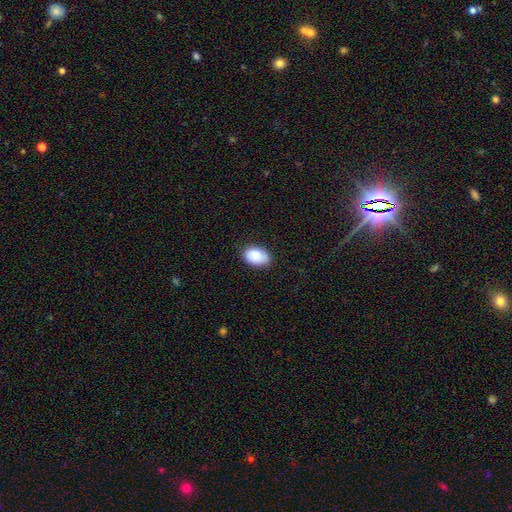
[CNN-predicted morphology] A smooth galaxy with no disk features (87%) that is in between round and cigar-shaped (90%). Merging: none (82%).